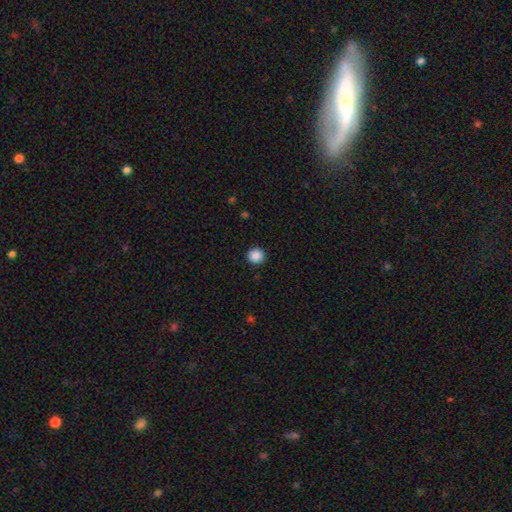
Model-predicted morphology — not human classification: A smooth galaxy with no disk features (88%) that is round (93%). Merging: none (92%).